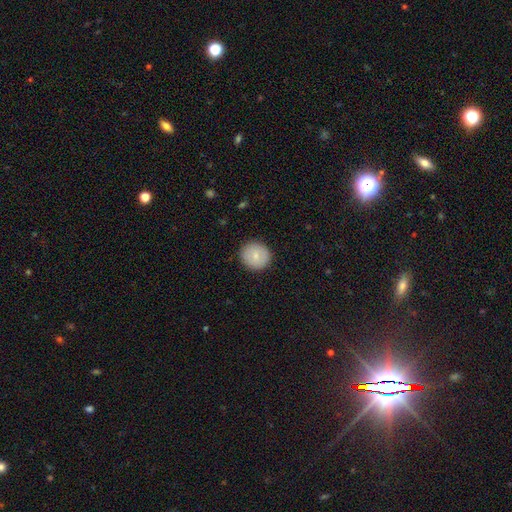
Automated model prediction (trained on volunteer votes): Morphology: type=smooth (78%); roundness=round (90%); merging=none (90%).